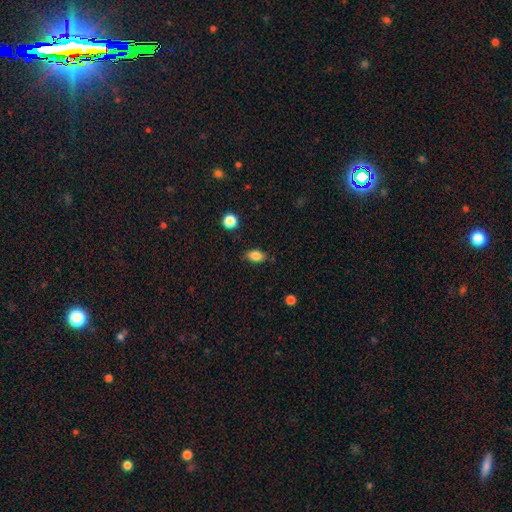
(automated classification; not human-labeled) A smooth galaxy with no disk features (85%) that is in between round and cigar-shaped (83%). Merging: none (81%).